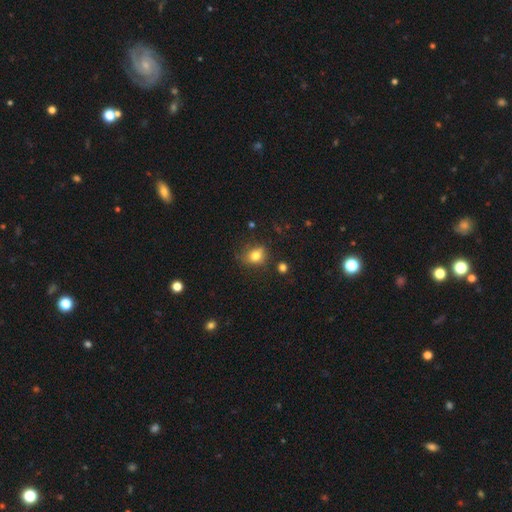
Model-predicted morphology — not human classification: smooth 77%, star or artifact 12%, featured or disk 11%. Down the decision tree: how rounded — round (51%); merging — none (64%).